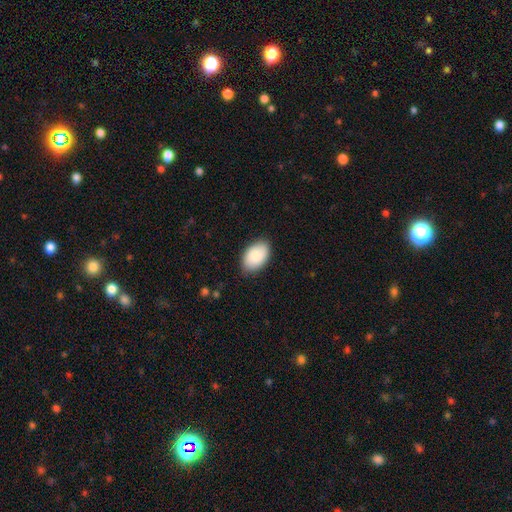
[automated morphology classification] Smooth or featured? smooth (88%)
How rounded? in between (92%)
Merging? none (85%)